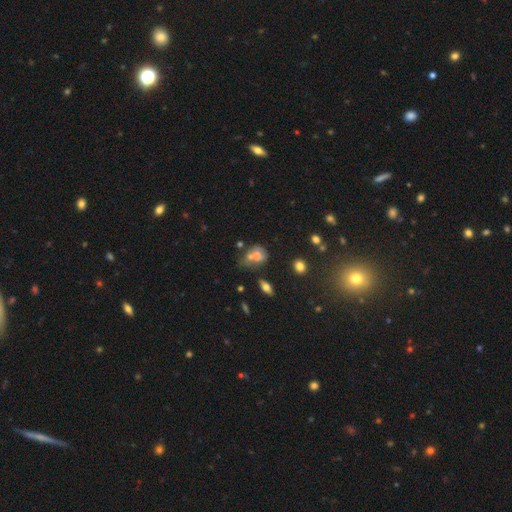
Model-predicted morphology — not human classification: This is likely a smooth galaxy (63%). How rounded: possibly in between (53%). Merging: possibly merger (45%).